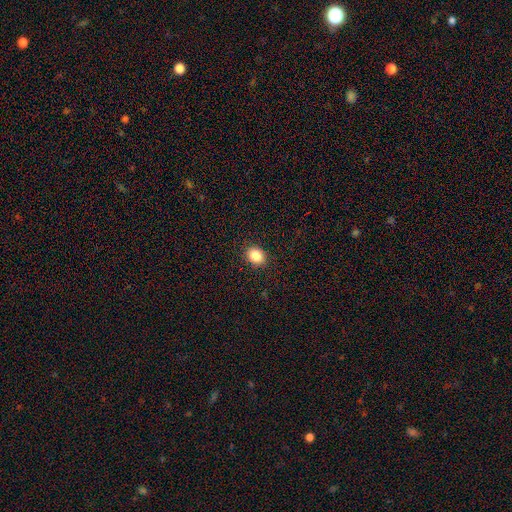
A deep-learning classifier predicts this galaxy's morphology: A smooth galaxy with no disk features (86%) that is round (53%). Merging: none (90%).